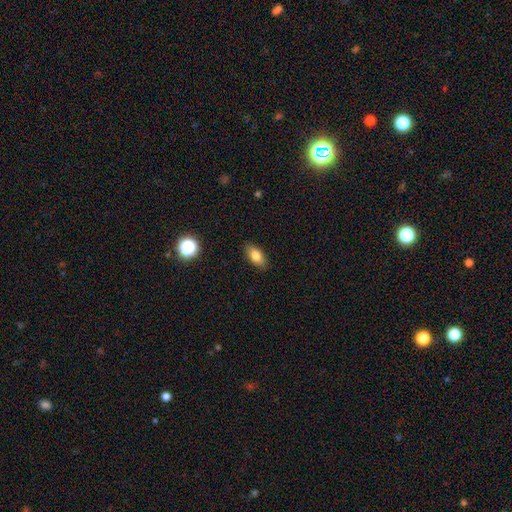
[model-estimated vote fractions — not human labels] Smooth or featured? smooth (80%)
How rounded? in between (87%)
Merging? none (87%)